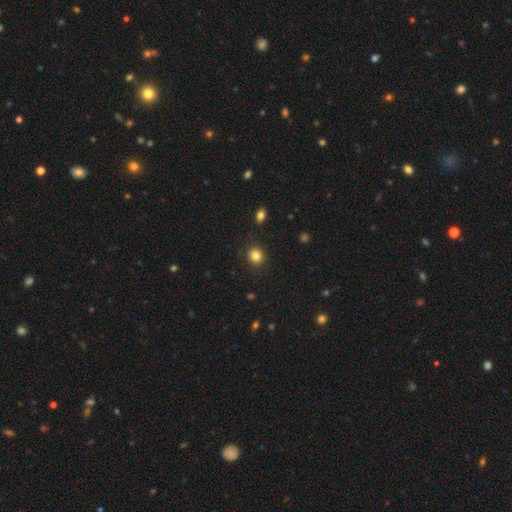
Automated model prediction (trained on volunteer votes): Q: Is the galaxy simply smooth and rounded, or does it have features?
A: smooth — 83%.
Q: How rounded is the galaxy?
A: round — 76%.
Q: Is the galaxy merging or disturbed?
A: none — 87%.